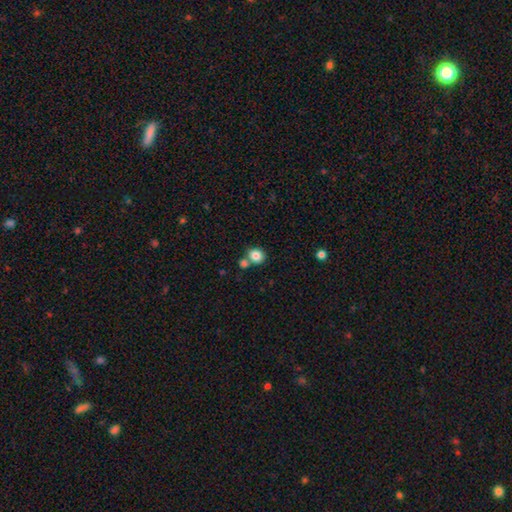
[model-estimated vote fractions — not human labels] Smooth or featured? smooth (84%)
How rounded? round (77%)
Merging? none (59%)